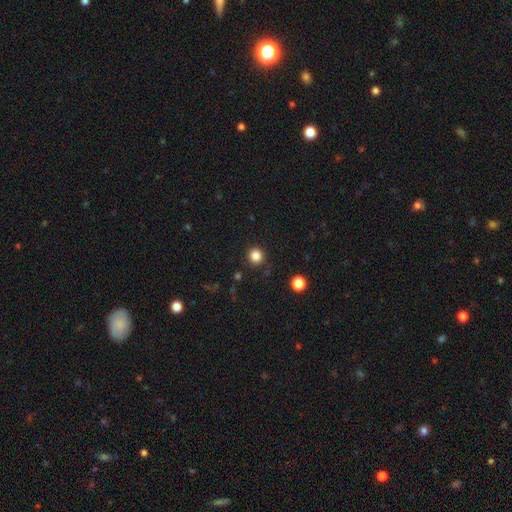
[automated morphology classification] Smooth or featured? smooth (84%)
How rounded? round (91%)
Merging? none (89%)